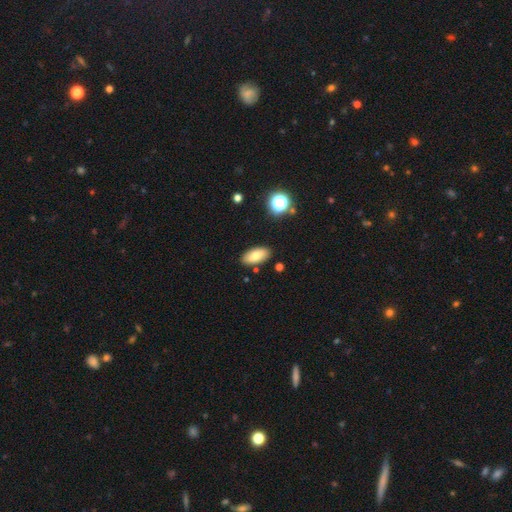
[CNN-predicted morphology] A smooth galaxy with no disk features (76%) that is in between round and cigar-shaped (90%). Merging: none (86%).